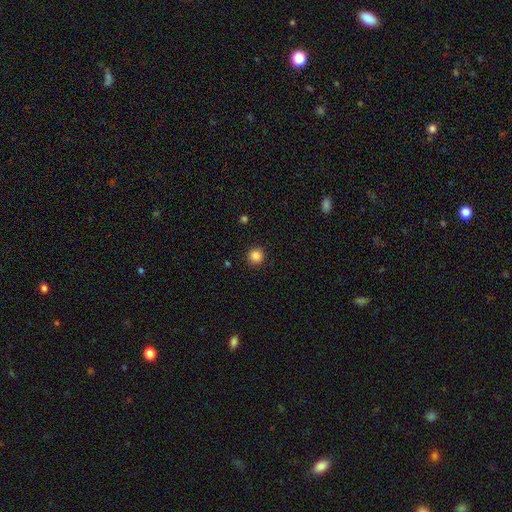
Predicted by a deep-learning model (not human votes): Morphology: type=smooth (86%); roundness=round (95%); merging=none (92%).